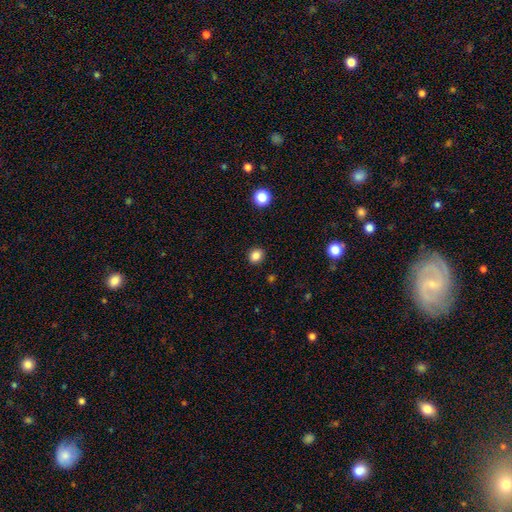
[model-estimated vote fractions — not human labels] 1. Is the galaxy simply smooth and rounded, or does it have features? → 84% smooth, 12% star or artifact, 4% featured or disk.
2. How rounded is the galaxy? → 78% round, 21% in between, 1% cigar-shaped.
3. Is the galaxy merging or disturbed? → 91% none, 6% minor disturbance, 2% major disturbance, 1% merger.